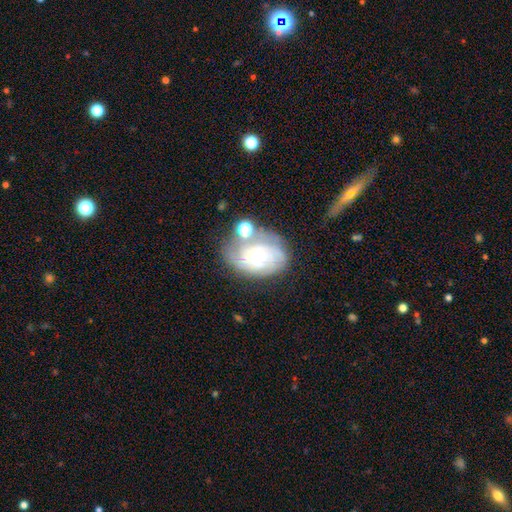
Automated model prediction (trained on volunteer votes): Morphology: type=featured or disk (73%); edge-on=no (97%); bar=no (74%); spiral arms=yes (91%); winding=tight (62%); arm count=can't tell (36%); bulge=small (61%); merging=none (57%).